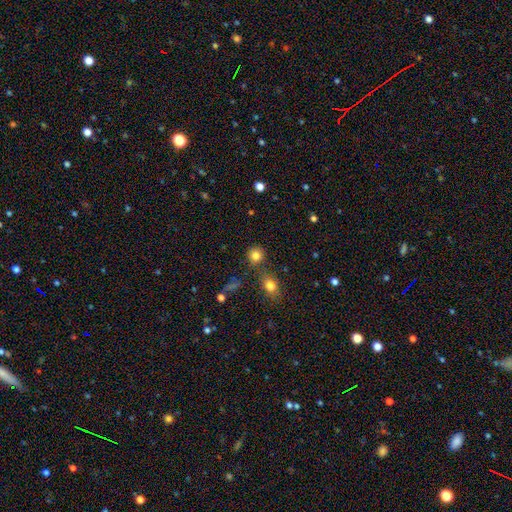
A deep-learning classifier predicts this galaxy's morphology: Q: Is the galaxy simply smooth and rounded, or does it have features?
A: smooth — 82%.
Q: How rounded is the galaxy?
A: round — 87%.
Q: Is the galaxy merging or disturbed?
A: none — 75%.